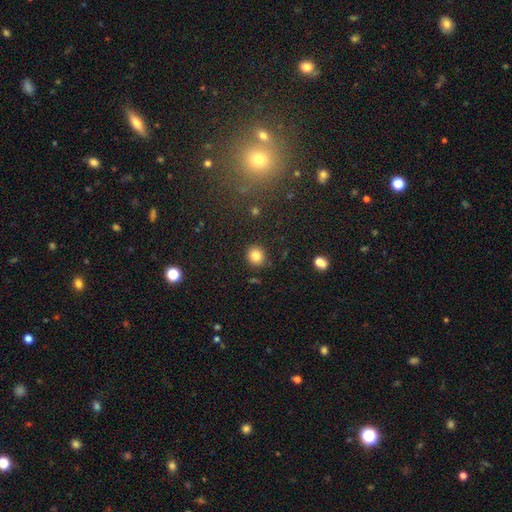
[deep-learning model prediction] Smooth or featured? Predicted: smooth (p=0.83). How rounded? Predicted: round (p=0.85). Merging? Predicted: none (p=0.88).